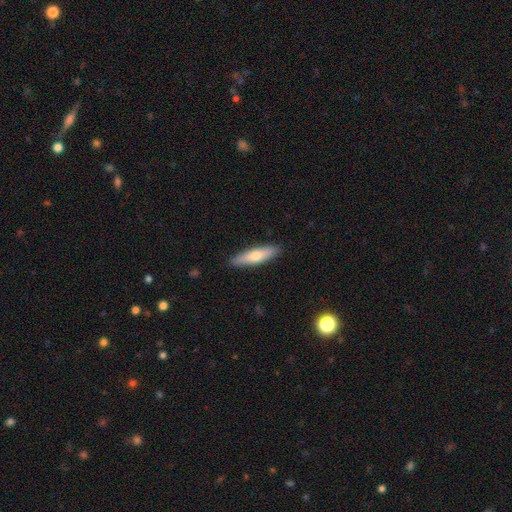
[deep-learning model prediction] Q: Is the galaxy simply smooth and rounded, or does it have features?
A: smooth — 62%.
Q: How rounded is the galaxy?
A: cigar-shaped — 74%.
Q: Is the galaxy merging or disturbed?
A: none — 90%.